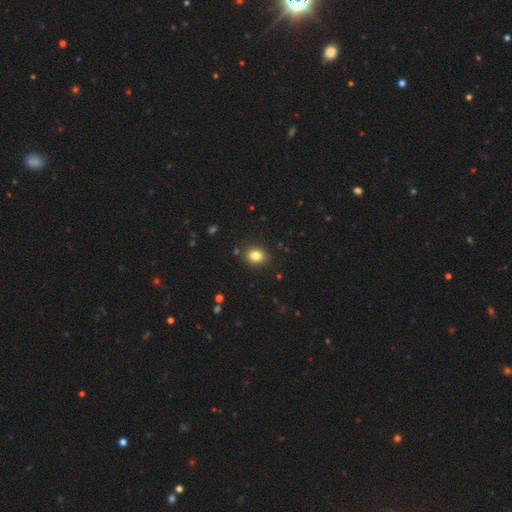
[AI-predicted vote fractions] Smooth or featured?
  - smooth: 83% *
  - star or artifact: 10%
  - featured or disk: 6%
How rounded?
  - in between: 58% *
  - round: 41%
  - cigar-shaped: 1%
Merging?
  - none: 87% *
  - minor disturbance: 9%
  - major disturbance: 3%
  - merger: 2%